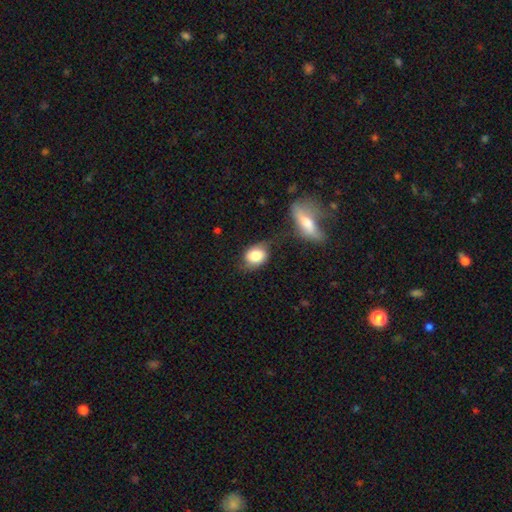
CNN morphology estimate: This is likely a smooth galaxy (74%). How rounded: likely in between (65%). Merging: possibly none (54%).